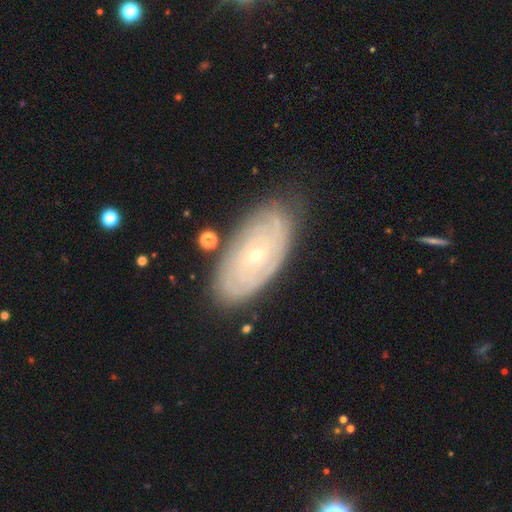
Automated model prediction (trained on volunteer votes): Smooth or featured?
  - featured or disk: 76% *
  - smooth: 18%
  - star or artifact: 7%
Edge-on disk?
  - no: 93% *
  - yes: 7%
Bar?
  - no: 75% *
  - weak: 20%
  - strong: 5%
Spiral arms?
  - yes: 85% *
  - no: 15%
Spiral winding?
  - tight: 80% *
  - medium: 16%
  - loose: 5%
Spiral arm count?
  - can't tell: 53% *
  - 2: 17%
  - 3: 10%
  - 4: 10%
  - more than 4: 6%
  - 1: 4%
Bulge size?
  - small: 81% *
  - moderate: 17%
  - none: 1%
  - large: 1%
  - dominant: 1%
Merging?
  - none: 78% *
  - minor disturbance: 16%
  - major disturbance: 4%
  - merger: 2%